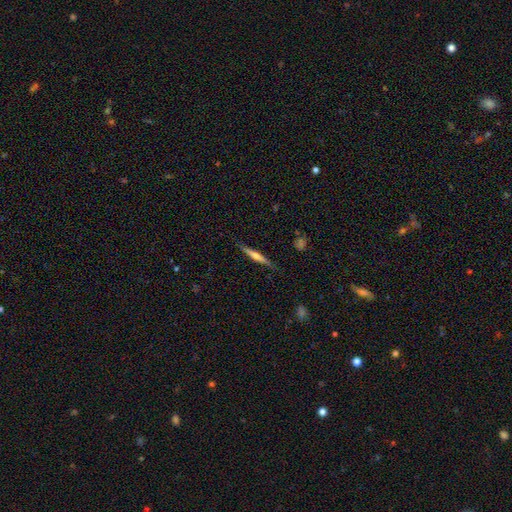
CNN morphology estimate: smooth_or_featured: featured or disk (p=0.58) [alt: smooth p=0.36]
disk_edge_on: yes (p=0.97) [alt: no p=0.03]
edge_on_bulge: rounded (p=0.69) [alt: none p=0.21]
merging: none (p=0.85) [alt: minor disturbance p=0.11]